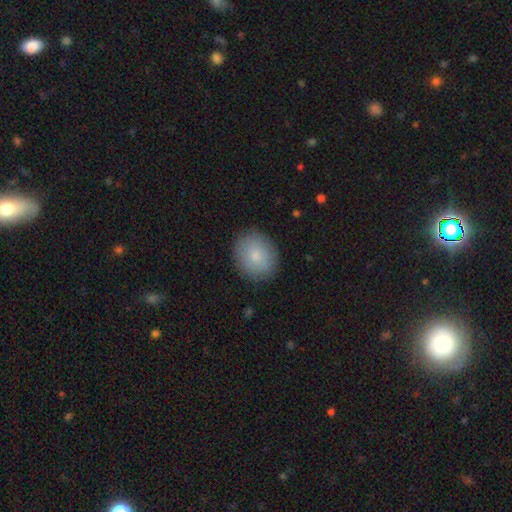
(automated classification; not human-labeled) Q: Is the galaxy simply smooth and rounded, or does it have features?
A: smooth — 82%.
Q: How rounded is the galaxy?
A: round — 64%.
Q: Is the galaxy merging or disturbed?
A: none — 87%.